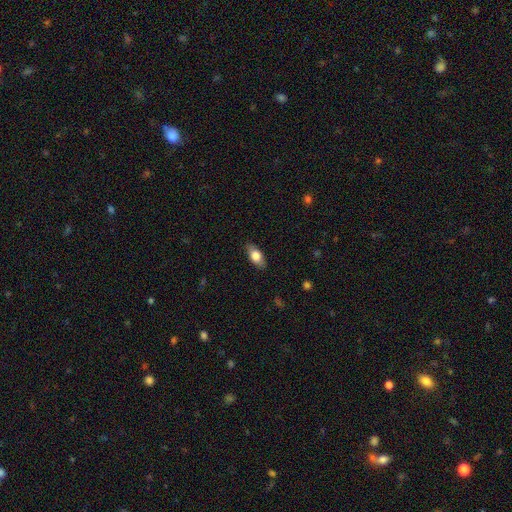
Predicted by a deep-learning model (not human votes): This is likely a smooth galaxy (77%). How rounded: clearly in between (87%). Merging: clearly none (86%).